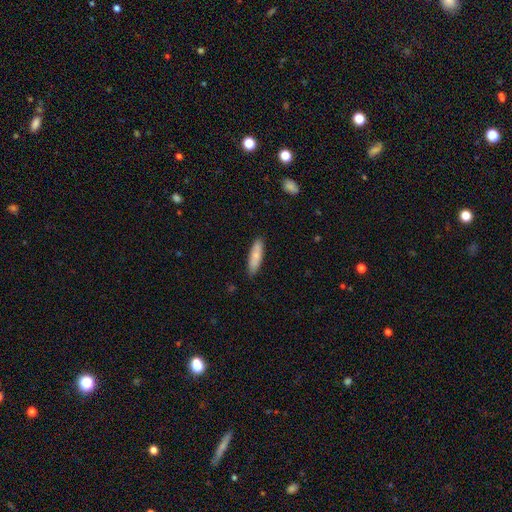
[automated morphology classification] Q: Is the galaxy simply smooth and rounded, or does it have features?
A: smooth — 77%.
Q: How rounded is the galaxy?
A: cigar-shaped — 58%.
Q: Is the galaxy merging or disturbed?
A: none — 86%.